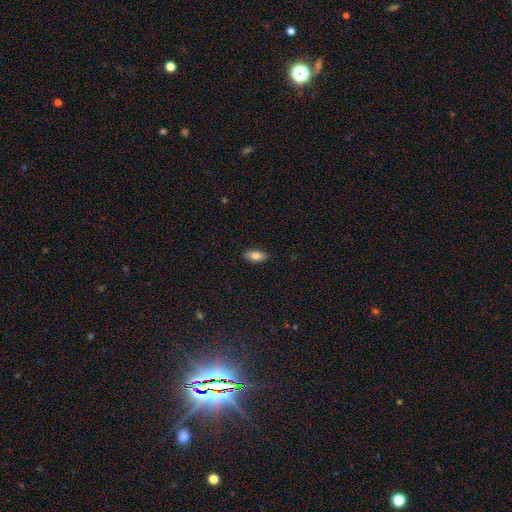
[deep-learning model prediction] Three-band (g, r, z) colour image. It shows a smooth galaxy with no disk features (81%) that is in between round and cigar-shaped (86%). Merging: none (88%).